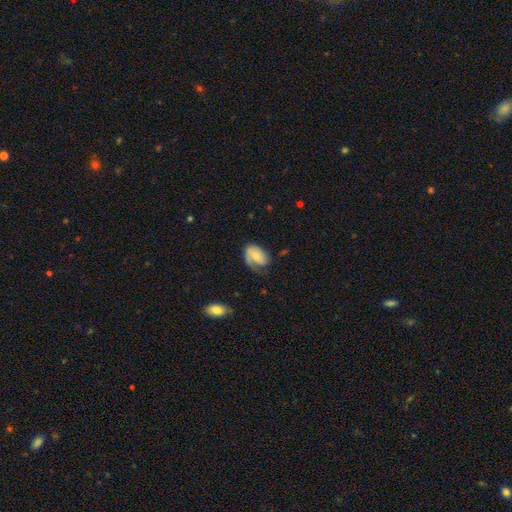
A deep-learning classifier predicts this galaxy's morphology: featured or disk 59%, smooth 34%, star or artifact 7%. Down the decision tree: edge-on disk — no (96%); bar — no (59%); spiral arms — yes (85%); bulge size — moderate (46%, tied with small); merging — none (51%).